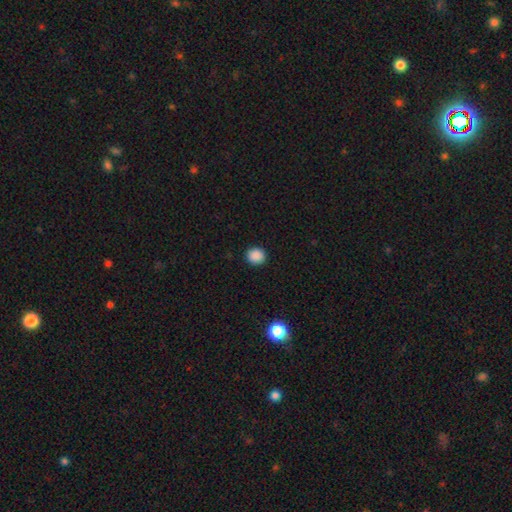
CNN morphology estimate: A smooth galaxy with no disk features (88%) that is round (88%).

Vote fractions:
- Smooth or featured? smooth: 88% / star or artifact: 10% / featured or disk: 2%
- How rounded? round: 88% / in between: 11% / cigar-shaped: 1%
- Merging? none: 92% / minor disturbance: 5% / major disturbance: 2% / merger: 1%